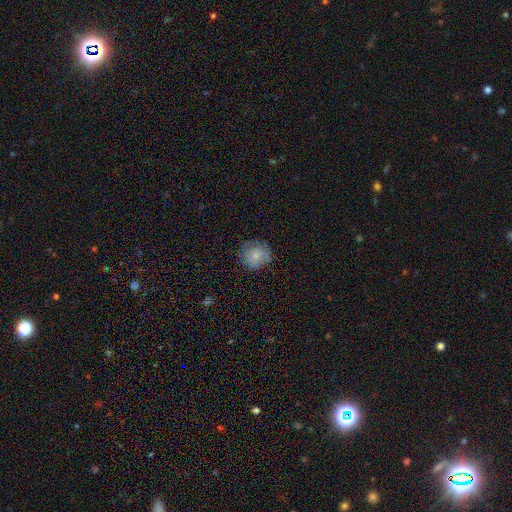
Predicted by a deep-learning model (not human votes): smooth_or_featured: smooth (p=0.71) [alt: featured or disk p=0.20]
how_rounded: round (p=0.87) [alt: in between p=0.12]
merging: none (p=0.73) [alt: minor disturbance p=0.19]